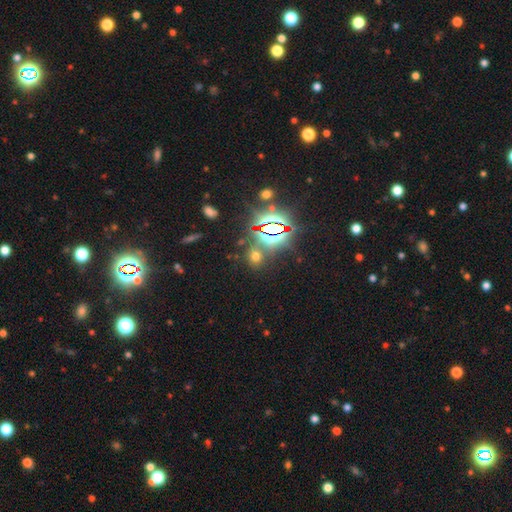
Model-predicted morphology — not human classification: type=star or artifact (48%).